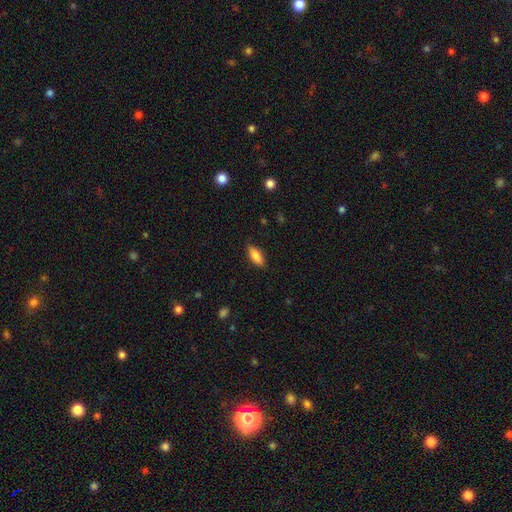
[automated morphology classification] Q: Smooth or featured?
A: smooth (79%); runner-up: featured or disk (14%)
Q: How rounded?
A: in between (74%); runner-up: cigar-shaped (24%)
Q: Merging?
A: none (85%); runner-up: minor disturbance (12%)